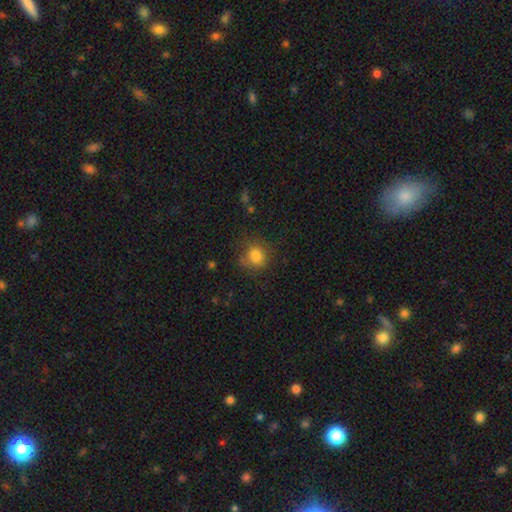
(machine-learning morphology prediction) type=smooth (81%); roundness=round (82%); merging=none (69%).